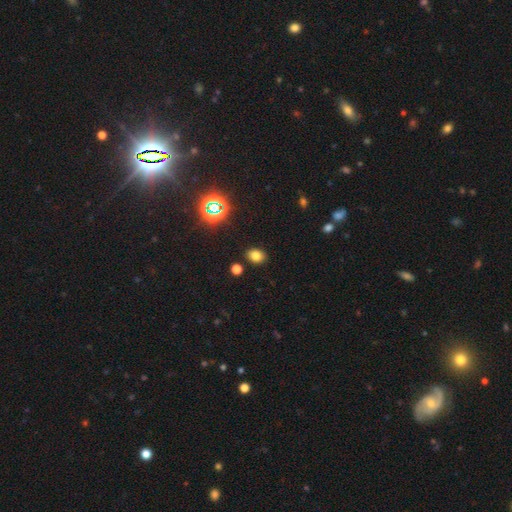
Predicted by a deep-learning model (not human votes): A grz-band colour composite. It shows a smooth galaxy with no disk features (76%) that is in between round and cigar-shaped (62%). Merging: none (87%).